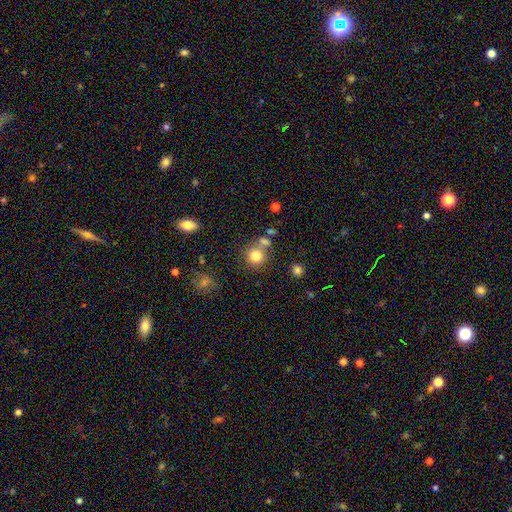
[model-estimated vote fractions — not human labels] The model was most divided on "merging": none: 66%, merger: 21%, minor disturbance: 10%, major disturbance: 4%. More confident: how rounded — round (90%); smooth or featured — smooth (79%).